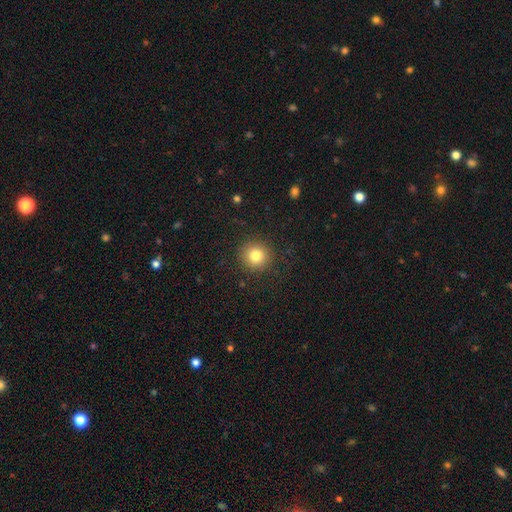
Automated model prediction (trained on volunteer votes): Smooth or featured: smooth — 81% (star or artifact — 12%)
How rounded: round — 93% (in between — 6%)
Merging: none — 90% (minor disturbance — 6%)